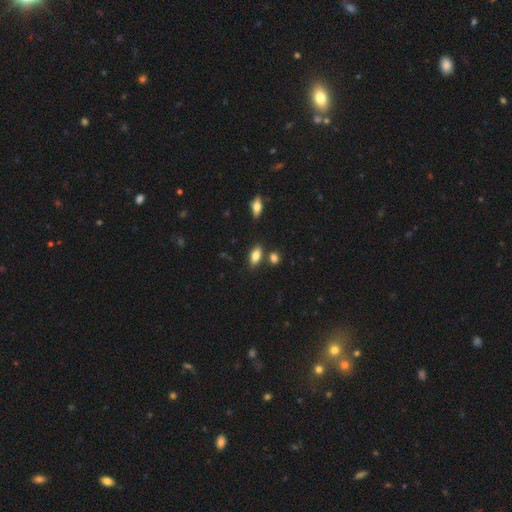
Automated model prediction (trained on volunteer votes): A smooth galaxy with no disk features (77%) that is in between round and cigar-shaped (83%).

Vote fractions:
- Smooth or featured? smooth: 77% / featured or disk: 15% / star or artifact: 8%
- How rounded? in between: 83% / cigar-shaped: 13% / round: 4%
- Merging? none: 77% / minor disturbance: 12% / merger: 8% / major disturbance: 3%